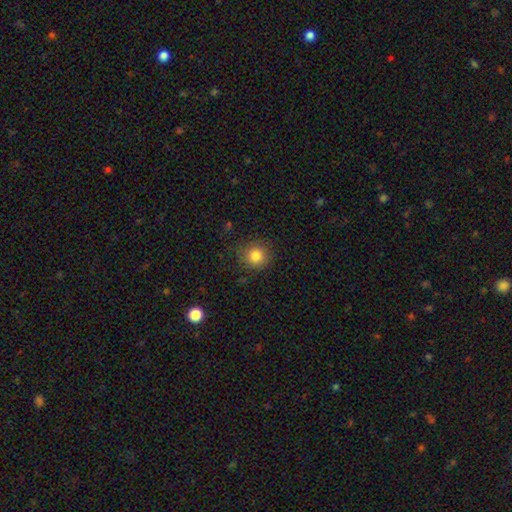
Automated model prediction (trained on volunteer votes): Q: Smooth or featured?
A: smooth (82%); runner-up: star or artifact (11%)
Q: How rounded?
A: round (90%); runner-up: in between (9%)
Q: Merging?
A: none (83%); runner-up: minor disturbance (12%)